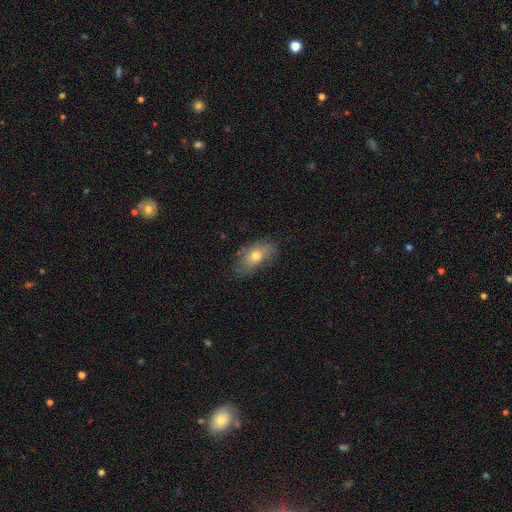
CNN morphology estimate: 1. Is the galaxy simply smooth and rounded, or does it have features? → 63% smooth, 29% featured or disk, 8% star or artifact.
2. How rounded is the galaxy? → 87% in between, 8% round, 5% cigar-shaped.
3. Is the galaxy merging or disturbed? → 65% none, 25% minor disturbance, 8% major disturbance, 2% merger.